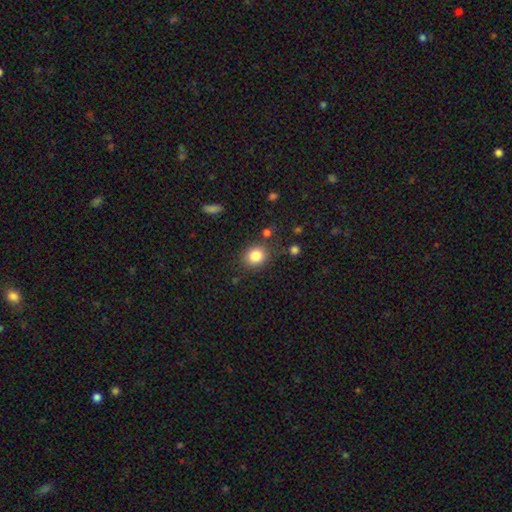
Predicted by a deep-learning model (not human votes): The model was most divided on "how rounded": round: 71%, in between: 28%, cigar-shaped: 1%. More confident: smooth or featured — smooth (83%); merging — none (80%).